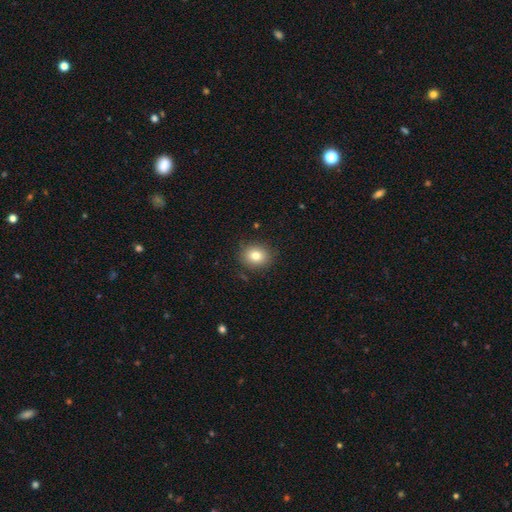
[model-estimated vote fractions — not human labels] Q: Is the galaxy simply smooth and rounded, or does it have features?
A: smooth — 80%.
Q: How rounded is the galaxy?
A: round — 67%.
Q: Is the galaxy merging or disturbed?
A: none — 86%.